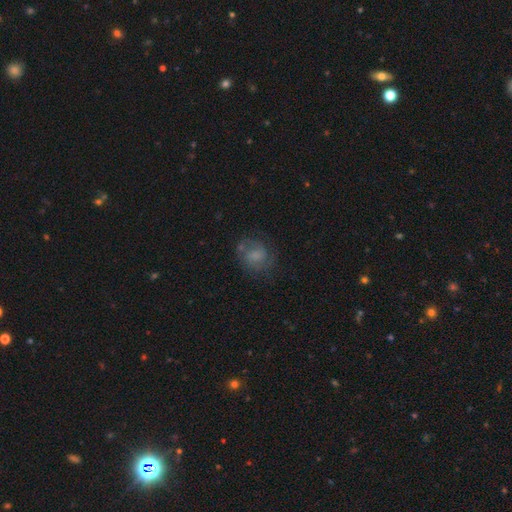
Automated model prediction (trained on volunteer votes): Smooth or featured? featured or disk (53%)
Edge-on disk? no (98%)
Bar? no (60%)
Spiral arms? yes (83%)
Bulge size? none (40%)
Merging? none (67%)